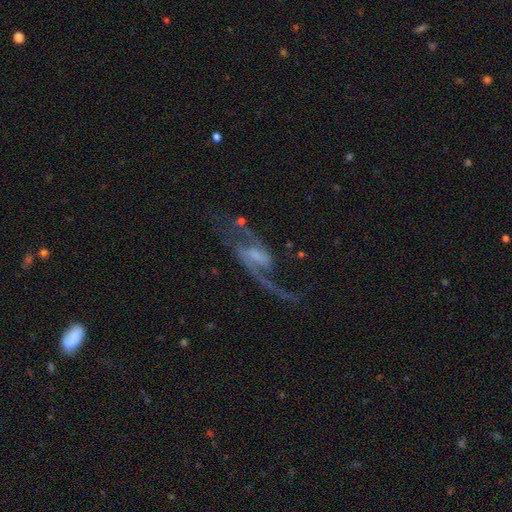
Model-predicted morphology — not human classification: featured or disk 89%, star or artifact 6%, smooth 5%. Down the decision tree: edge-on disk — no (94%); bar — weak (51%); spiral arms — yes (96%); spiral arm count — 2 (88%); spiral winding — loose (65%); bulge size — small (52%); merging — none (61%).